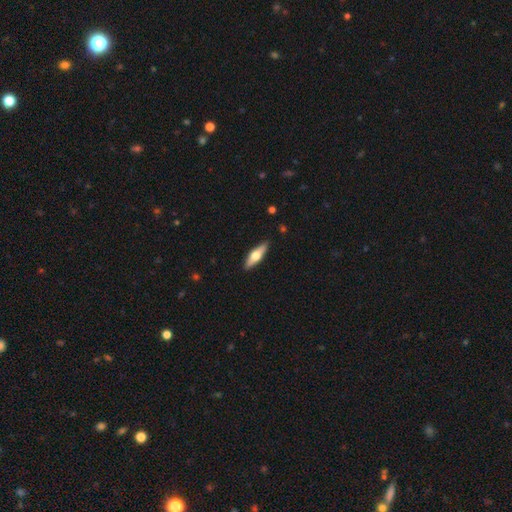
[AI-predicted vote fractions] Smooth or featured? Predicted: featured or disk (p=0.51). Edge-on disk? Predicted: yes (p=0.91). Merging? Predicted: none (p=0.89).